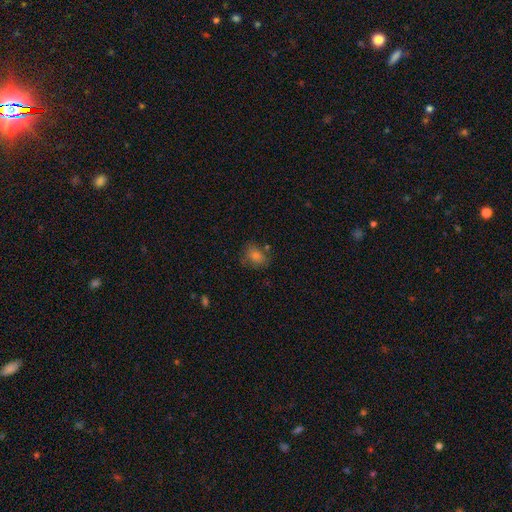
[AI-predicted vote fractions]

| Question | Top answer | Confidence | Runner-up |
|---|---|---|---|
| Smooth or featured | smooth | 74% | star or artifact (14%) |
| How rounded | in between | 57% | round (41%) |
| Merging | none | 67% | minor disturbance (20%) |